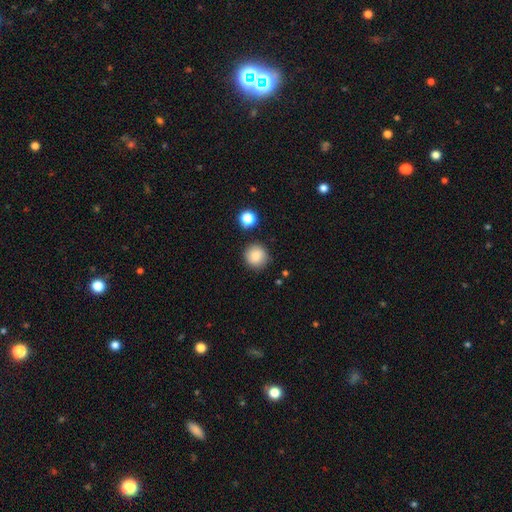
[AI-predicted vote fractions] Overall: smooth (85%). How rounded: round (93%). Merging: none (86%).